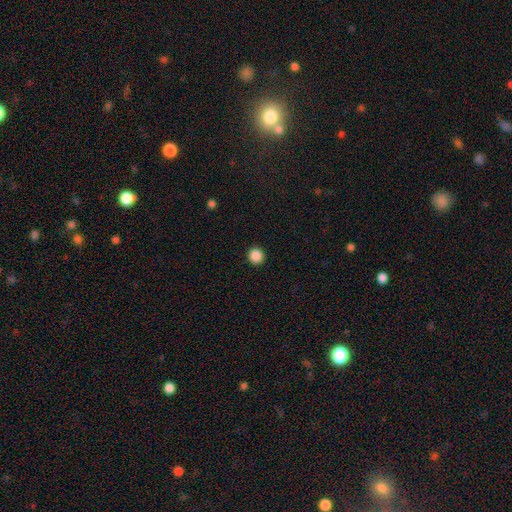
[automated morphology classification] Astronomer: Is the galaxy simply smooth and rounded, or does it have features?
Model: smooth — 88%.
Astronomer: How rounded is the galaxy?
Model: round — 92%.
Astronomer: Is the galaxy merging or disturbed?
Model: none — 93%.